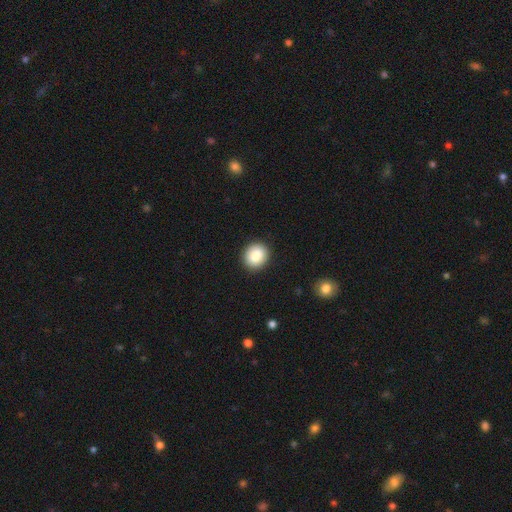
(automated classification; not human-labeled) smooth 84%, star or artifact 9%, featured or disk 8%. Down the decision tree: how rounded — round (84%); merging — none (92%).